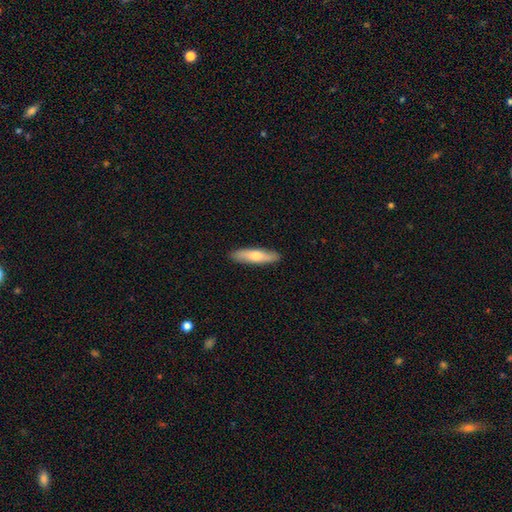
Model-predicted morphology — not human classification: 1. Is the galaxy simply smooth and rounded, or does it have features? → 68% smooth, 26% featured or disk, 5% star or artifact.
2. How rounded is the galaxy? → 75% cigar-shaped, 23% in between, 2% round.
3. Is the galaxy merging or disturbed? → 89% none, 8% minor disturbance, 2% major disturbance, 1% merger.